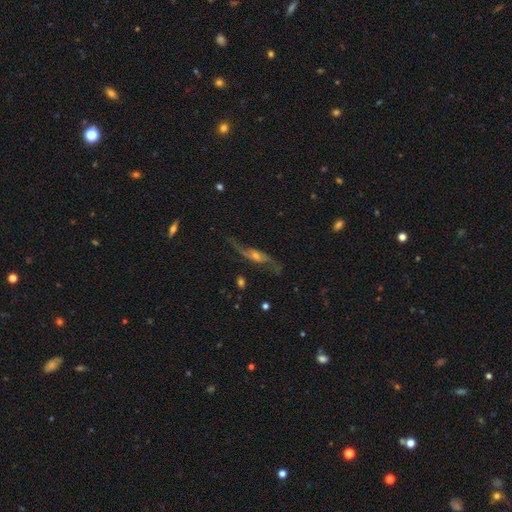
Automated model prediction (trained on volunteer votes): This appears to be a featured or disk galaxy (80%) with no bar (48%), 2 (90%) loose (80%) spiral arms (92%) and a moderate central bulge (46%). Merging: none (66%).